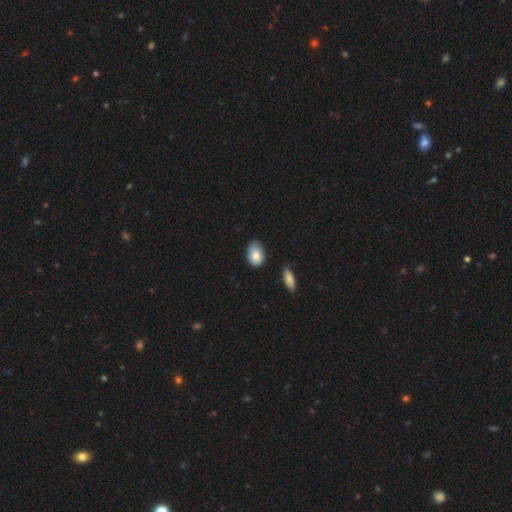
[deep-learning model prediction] Morphology: type=smooth (82%); roundness=in between (85%); merging=none (58%).